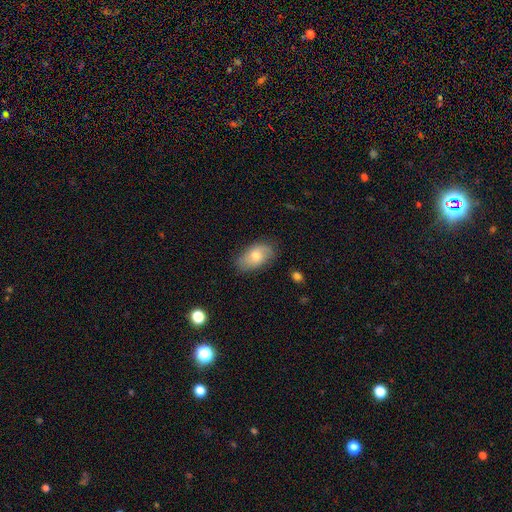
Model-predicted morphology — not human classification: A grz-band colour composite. It shows a smooth galaxy with no disk features (63%) that is in between round and cigar-shaped (92%). Merging: none (75%).